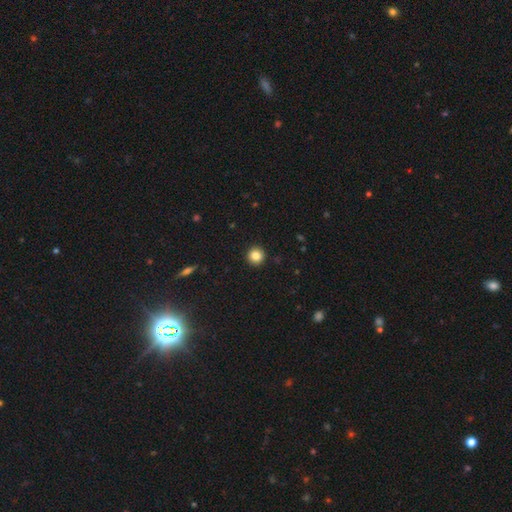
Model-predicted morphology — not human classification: This appears to be a smooth galaxy with no disk features (84%) that is round (96%). Merging: none (93%).